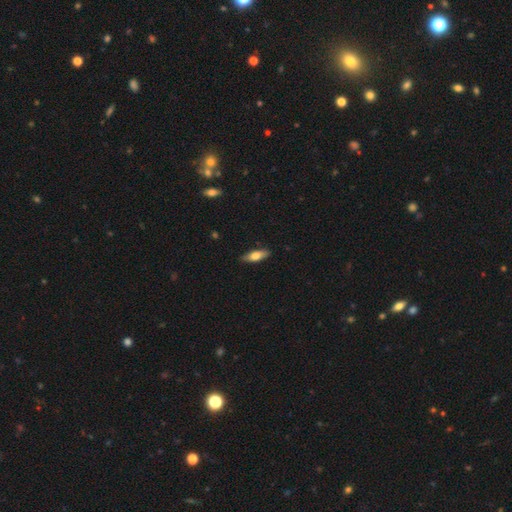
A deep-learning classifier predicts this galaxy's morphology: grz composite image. It shows a smooth galaxy with no disk features (70%) that is in between round and cigar-shaped (62%). Merging: none (86%).